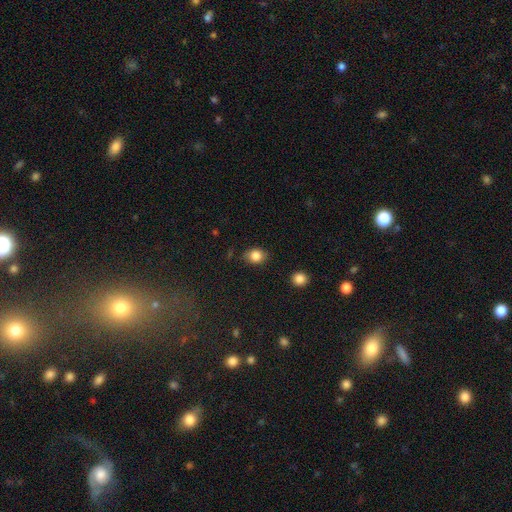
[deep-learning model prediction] Overall: smooth (84%). How rounded: round (55%; in between 43%). Merging: none (82%).